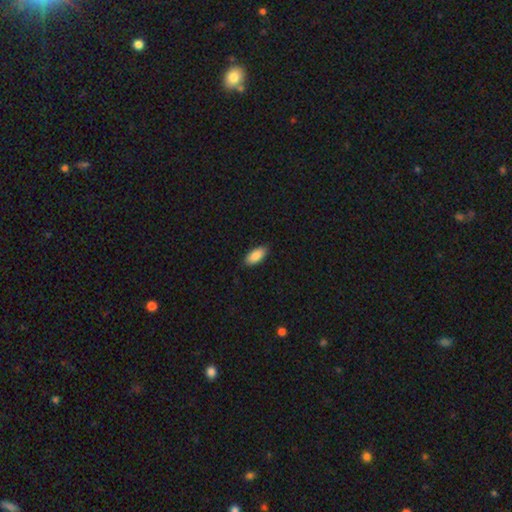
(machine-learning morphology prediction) Overall: smooth (90%). How rounded: in between (90%). Merging: none (87%).